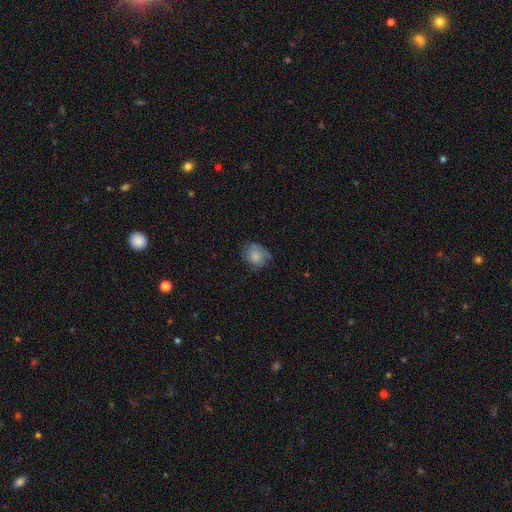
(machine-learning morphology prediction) Smooth or featured? Predicted: smooth (p=0.75). How rounded? Predicted: round (p=0.69). Merging? Predicted: none (p=0.59).